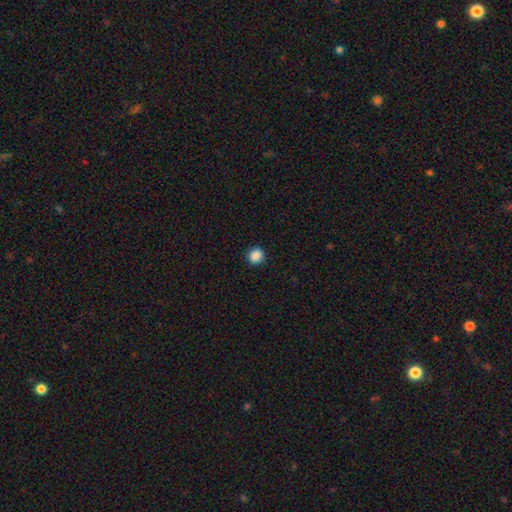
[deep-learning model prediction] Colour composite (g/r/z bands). It shows a smooth galaxy with no disk features (88%) that is round (91%). Merging: none (93%).